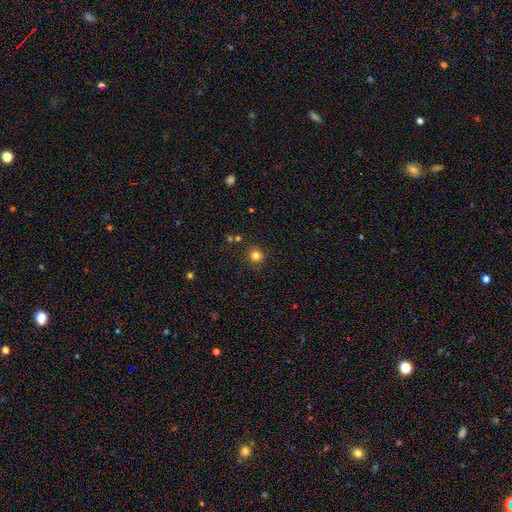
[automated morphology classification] The model was most divided on "smooth or featured": smooth: 80%, star or artifact: 14%, featured or disk: 6%. More confident: how rounded — round (91%); merging — none (86%).